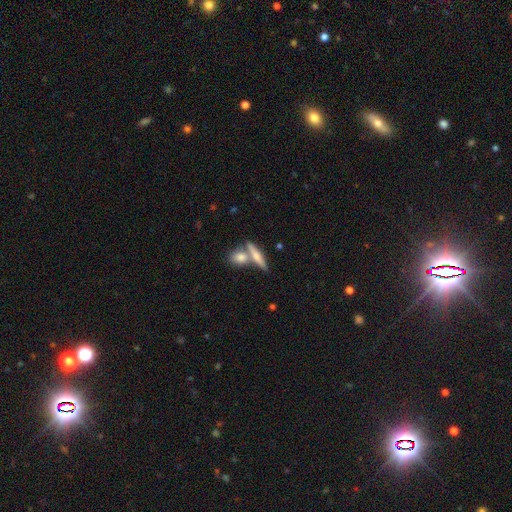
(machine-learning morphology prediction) smooth-or-featured: smooth: 53% | featured or disk: 40% | star or artifact: 7%
  how-rounded: cigar-shaped: 66% | in between: 25% | round: 9%
  merging: none: 56% | merger: 31% | minor disturbance: 9% | major disturbance: 3%